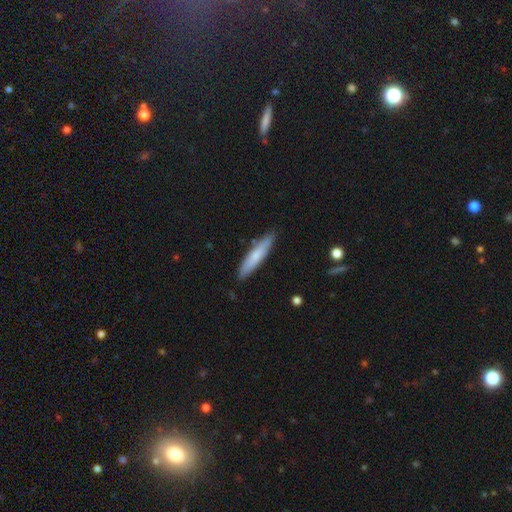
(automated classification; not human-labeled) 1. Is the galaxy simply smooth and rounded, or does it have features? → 68% smooth, 27% featured or disk, 6% star or artifact.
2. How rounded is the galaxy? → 87% cigar-shaped, 12% in between, 1% round.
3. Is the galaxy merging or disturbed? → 86% none, 10% minor disturbance, 2% major disturbance, 2% merger.